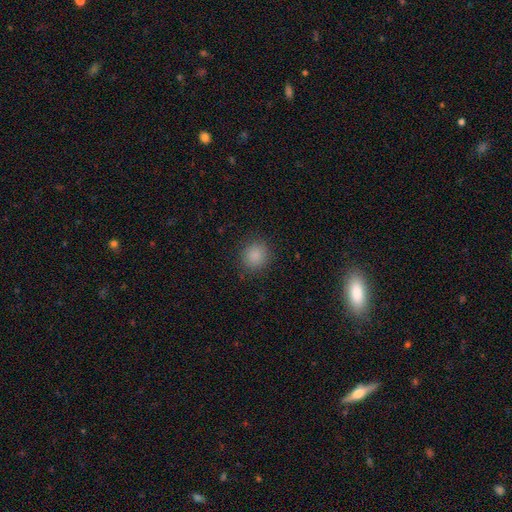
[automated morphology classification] smooth 86%, star or artifact 10%, featured or disk 3%. Down the decision tree: how rounded — round (89%); merging — none (89%).